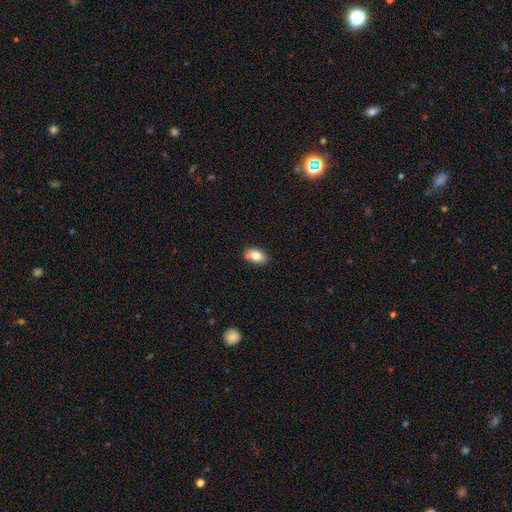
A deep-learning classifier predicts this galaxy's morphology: Q: Smooth or featured?
A: smooth (82%); runner-up: featured or disk (10%)
Q: How rounded?
A: in between (84%); runner-up: round (14%)
Q: Merging?
A: none (76%); runner-up: minor disturbance (15%)